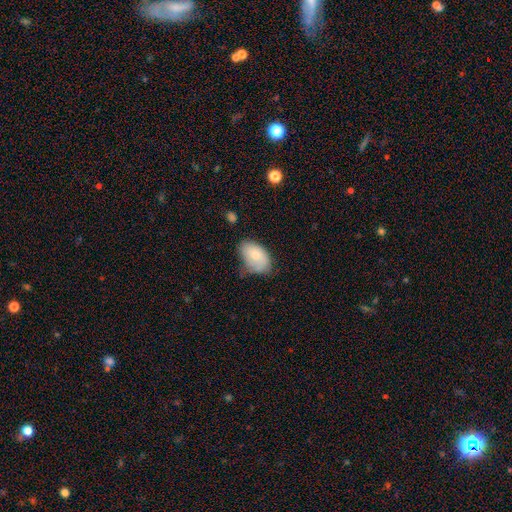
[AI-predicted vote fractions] smooth-or-featured: smooth: 76% | featured or disk: 18% | star or artifact: 7%
  how-rounded: in between: 92% | round: 7% | cigar-shaped: 1%
  merging: none: 53% | minor disturbance: 35% | major disturbance: 9% | merger: 4%